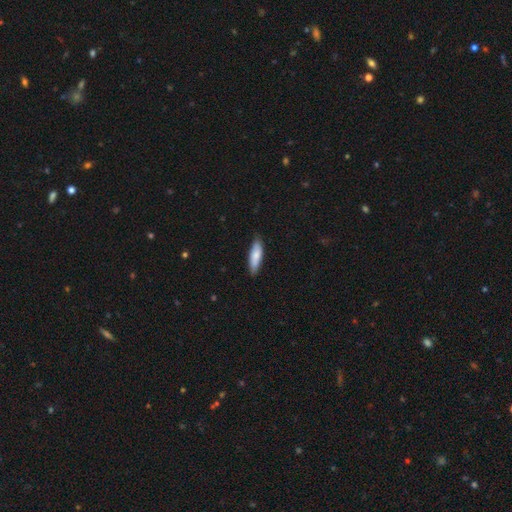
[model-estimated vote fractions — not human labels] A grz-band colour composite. It shows a smooth galaxy with no disk features (79%) that is cigar-shaped (58%). Merging: none (83%).